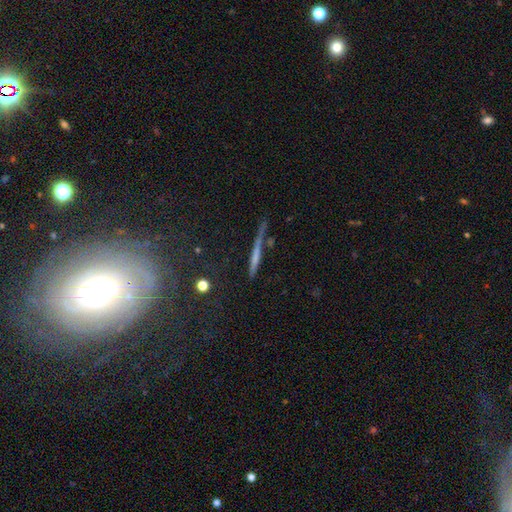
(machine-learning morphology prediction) type=smooth (44%); merging=none (66%).